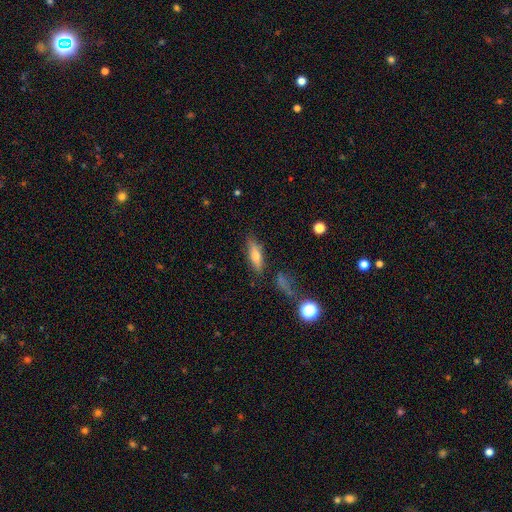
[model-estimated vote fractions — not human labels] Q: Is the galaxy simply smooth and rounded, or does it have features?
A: smooth — 62%.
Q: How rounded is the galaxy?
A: cigar-shaped — 50%.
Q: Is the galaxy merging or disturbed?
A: none — 77%.